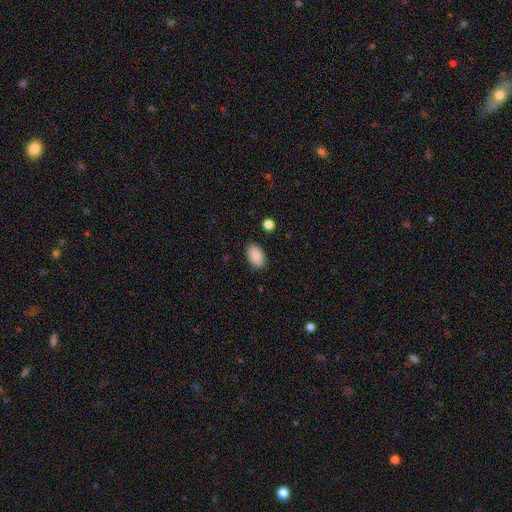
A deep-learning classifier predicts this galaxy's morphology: The model was most divided on "merging": none: 86%, minor disturbance: 10%, major disturbance: 3%, merger: 1%. More confident: how rounded — in between (92%); smooth or featured — smooth (90%).